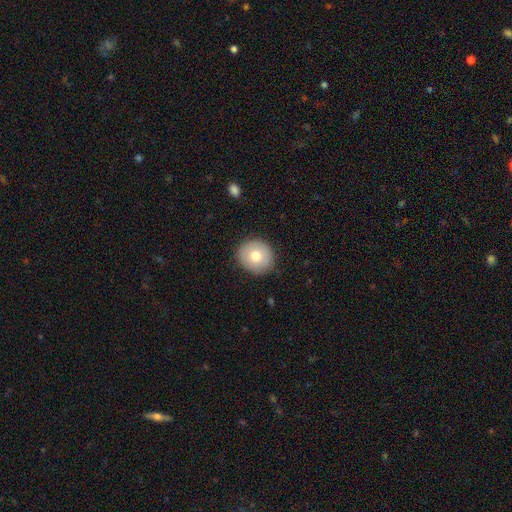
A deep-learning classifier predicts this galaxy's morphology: smooth_or_featured: smooth (p=0.73) [alt: featured or disk p=0.18]
how_rounded: round (p=0.87) [alt: in between p=0.12]
merging: none (p=0.87) [alt: minor disturbance p=0.09]